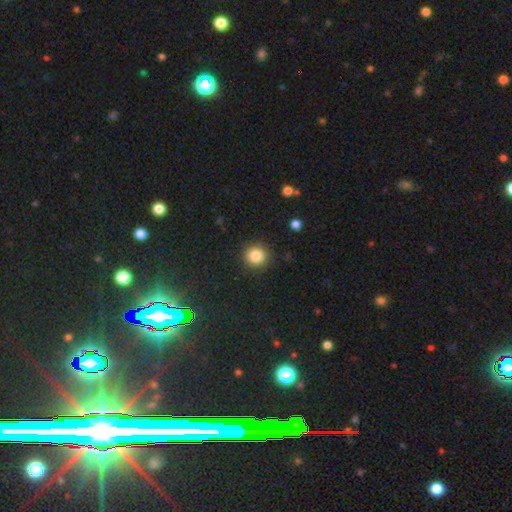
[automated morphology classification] smooth_or_featured: smooth (p=0.85) [alt: star or artifact p=0.11]
how_rounded: round (p=0.91) [alt: in between p=0.08]
merging: none (p=0.90) [alt: minor disturbance p=0.07]